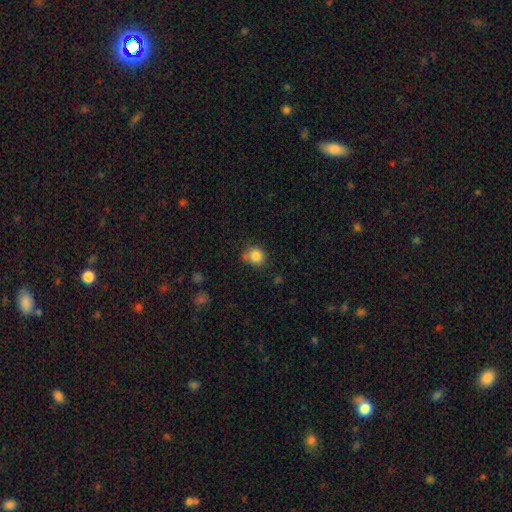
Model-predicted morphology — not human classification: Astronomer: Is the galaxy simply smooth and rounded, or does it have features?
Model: smooth — 84%.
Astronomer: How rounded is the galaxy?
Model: round — 82%.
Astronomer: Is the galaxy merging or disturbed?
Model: none — 69%.